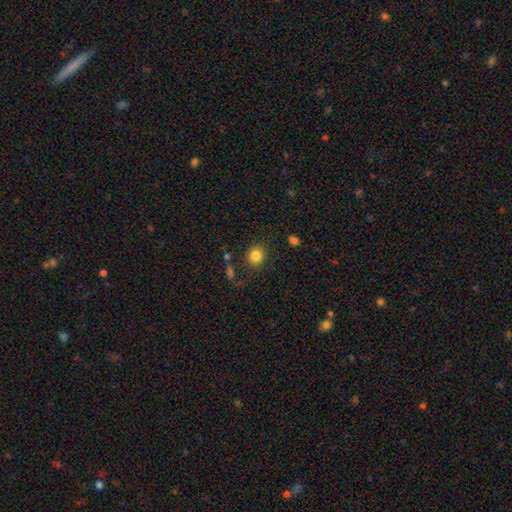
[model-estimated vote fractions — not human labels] Q: Smooth or featured?
A: smooth (84%); runner-up: star or artifact (10%)
Q: How rounded?
A: round (76%); runner-up: in between (23%)
Q: Merging?
A: none (83%); runner-up: minor disturbance (10%)